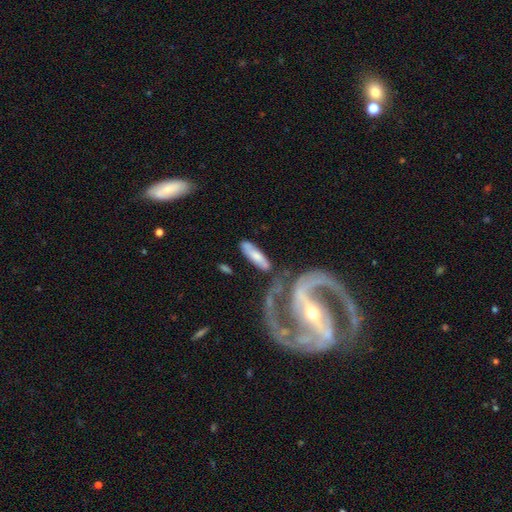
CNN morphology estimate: Q: Smooth or featured?
A: smooth (60%); runner-up: featured or disk (34%)
Q: How rounded?
A: cigar-shaped (60%); runner-up: in between (38%)
Q: Merging?
A: none (57%); runner-up: minor disturbance (17%)